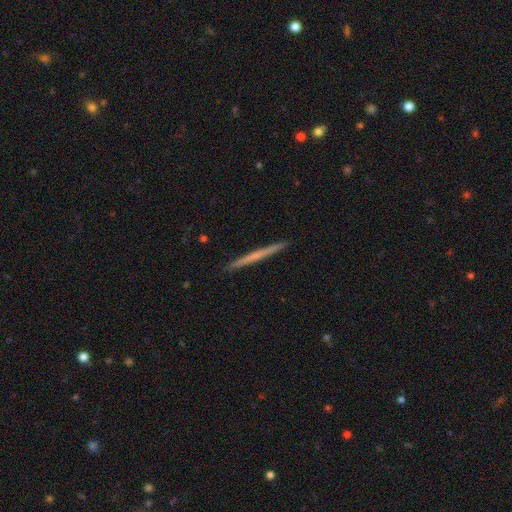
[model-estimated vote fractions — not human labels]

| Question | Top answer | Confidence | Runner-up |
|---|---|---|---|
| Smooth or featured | featured or disk | 48% | smooth (47%) |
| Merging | none | 93% | minor disturbance (5%) |